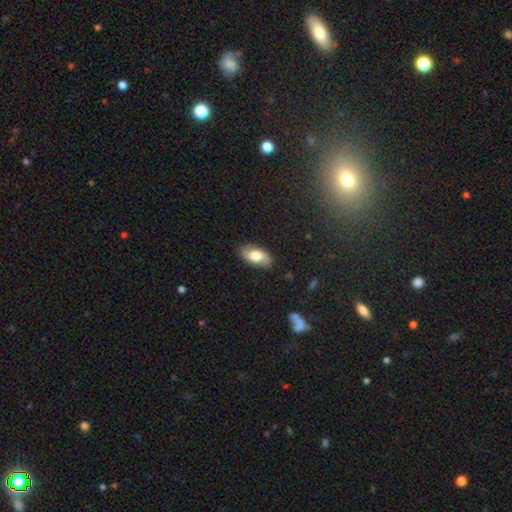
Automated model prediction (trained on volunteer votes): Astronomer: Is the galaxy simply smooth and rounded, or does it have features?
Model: smooth — 58% (runner-up: featured or disk, 35%).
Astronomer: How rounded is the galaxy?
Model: in between — 92%.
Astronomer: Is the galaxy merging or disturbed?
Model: none — 82%.